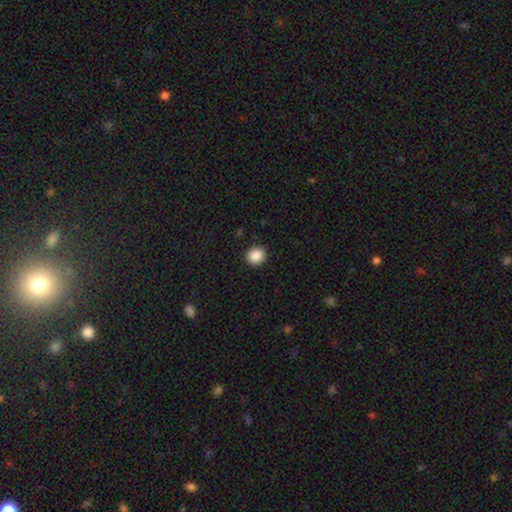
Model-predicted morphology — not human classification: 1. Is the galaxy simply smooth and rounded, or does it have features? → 88% smooth, 9% star or artifact, 3% featured or disk.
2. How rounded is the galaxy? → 90% round, 9% in between, 1% cigar-shaped.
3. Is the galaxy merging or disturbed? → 92% none, 5% minor disturbance, 2% major disturbance, 1% merger.